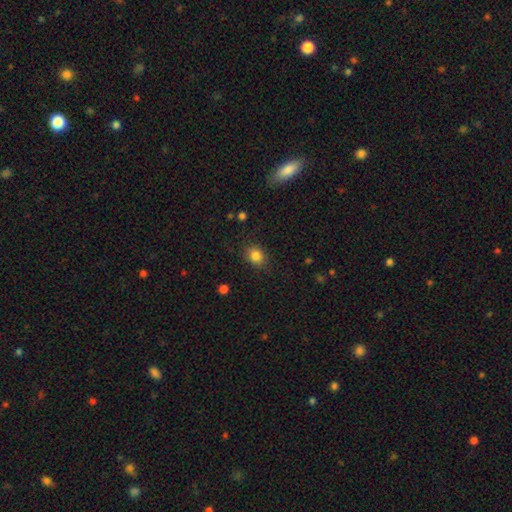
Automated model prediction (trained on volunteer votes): smooth-or-featured: smooth: 84% | star or artifact: 11% | featured or disk: 5%
  how-rounded: round: 55% | in between: 44% | cigar-shaped: 1%
  merging: none: 84% | minor disturbance: 11% | major disturbance: 3% | merger: 1%